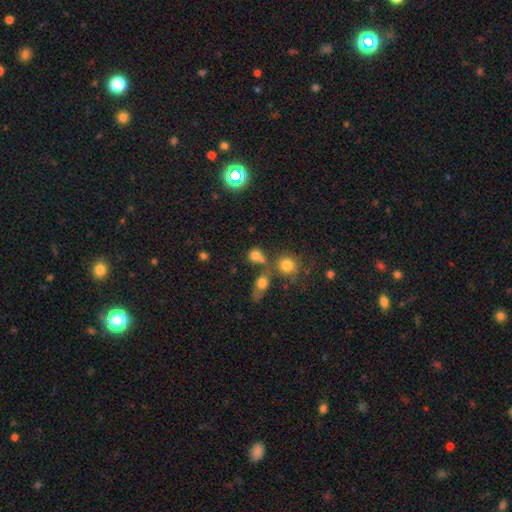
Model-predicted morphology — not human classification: Smooth or featured? Predicted: smooth (p=0.76). How rounded? Predicted: round (p=0.74). Merging? Predicted: none (p=0.53).